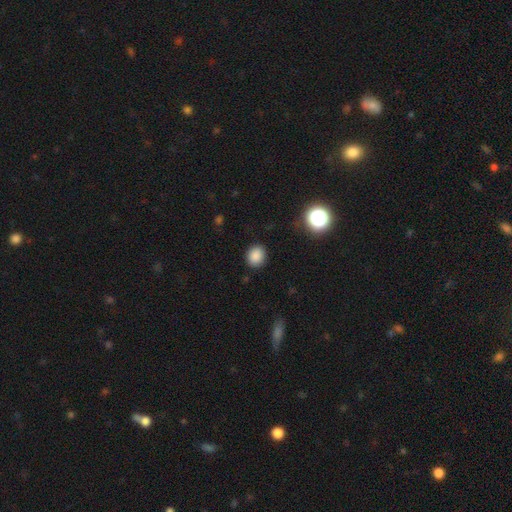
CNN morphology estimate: Overall: smooth (86%). How rounded: round (62%; in between 37%). Merging: none (88%).